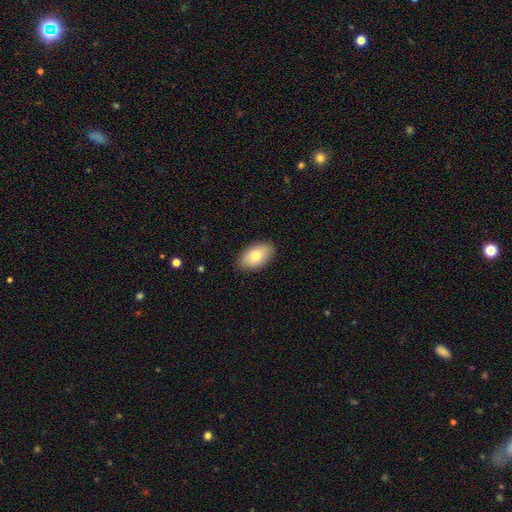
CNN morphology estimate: type=smooth (79%); roundness=in between (93%); merging=none (87%).